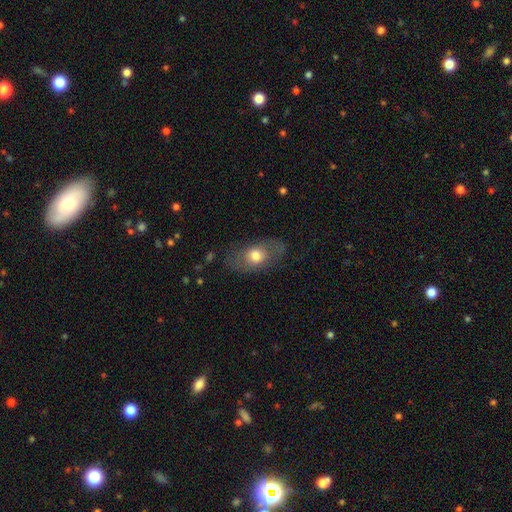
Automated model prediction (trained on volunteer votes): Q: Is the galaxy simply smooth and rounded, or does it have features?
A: smooth — 63%.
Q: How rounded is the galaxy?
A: in between — 81%.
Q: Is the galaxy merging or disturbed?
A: none — 75%.